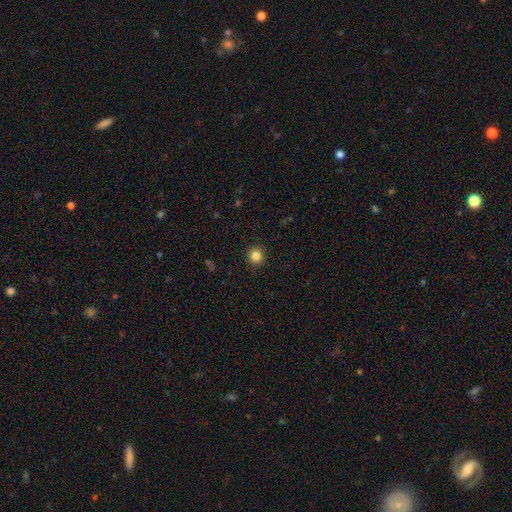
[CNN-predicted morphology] type=smooth (84%); roundness=round (91%); merging=none (91%).